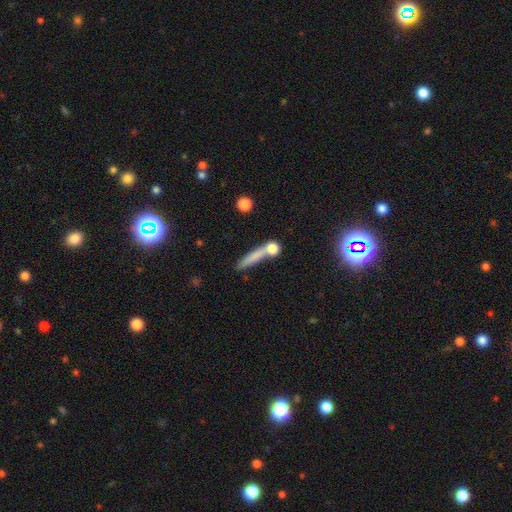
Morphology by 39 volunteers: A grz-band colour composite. It shows a smooth galaxy with no disk features (56%) that is cigar-shaped (73%). Merging: none (61%).